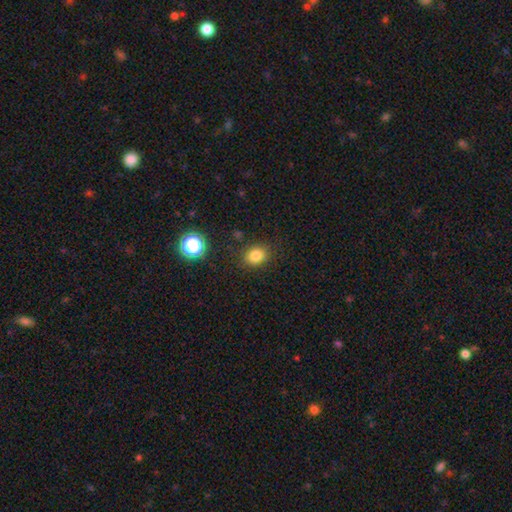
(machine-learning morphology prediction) smooth-or-featured: smooth: 81% | star or artifact: 13% | featured or disk: 6%
  how-rounded: round: 58% | in between: 42% | cigar-shaped: 1%
  merging: none: 84% | minor disturbance: 10% | major disturbance: 3% | merger: 2%